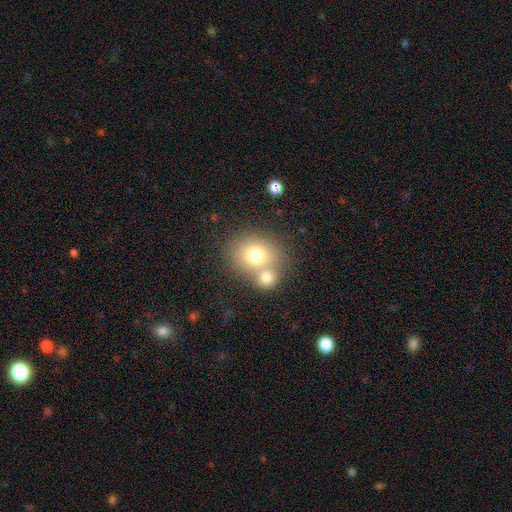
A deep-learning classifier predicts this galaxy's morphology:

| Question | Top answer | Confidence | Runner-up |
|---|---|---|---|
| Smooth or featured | smooth | 73% | featured or disk (15%) |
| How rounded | round | 72% | in between (27%) |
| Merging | none | 44% | tied: merger (44%) |